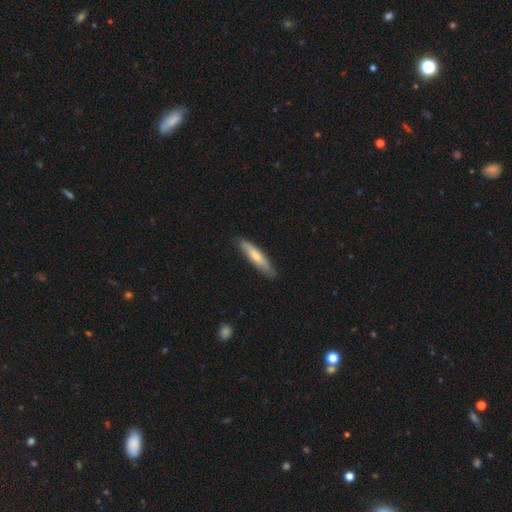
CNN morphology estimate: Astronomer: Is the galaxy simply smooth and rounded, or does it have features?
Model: smooth — 64%.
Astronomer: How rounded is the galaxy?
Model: cigar-shaped — 80%.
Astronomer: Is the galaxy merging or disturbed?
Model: none — 82%.